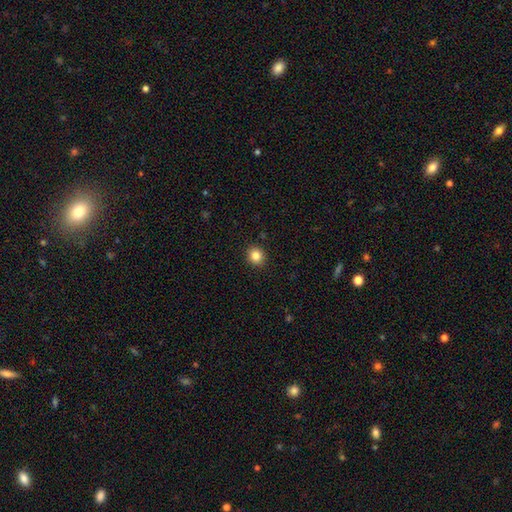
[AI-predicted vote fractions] Smooth or featured? smooth (84%)
How rounded? round (81%)
Merging? none (91%)